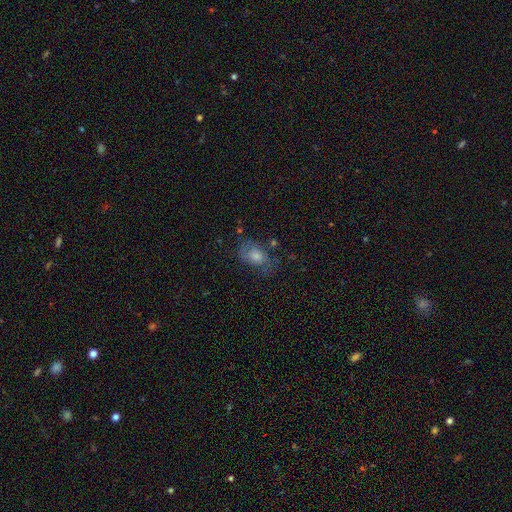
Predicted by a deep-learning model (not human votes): Morphology: type=smooth (45%); merging=none (59%).